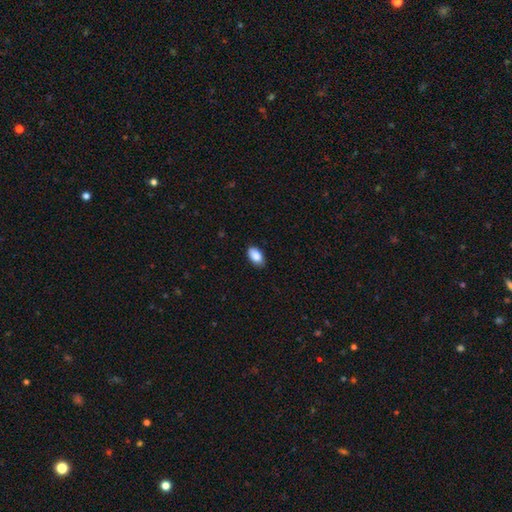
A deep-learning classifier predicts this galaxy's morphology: smooth-or-featured: smooth: 87% | star or artifact: 7% | featured or disk: 6%
  how-rounded: in between: 93% | round: 5% | cigar-shaped: 2%
  merging: none: 87% | minor disturbance: 10% | major disturbance: 2% | merger: 1%